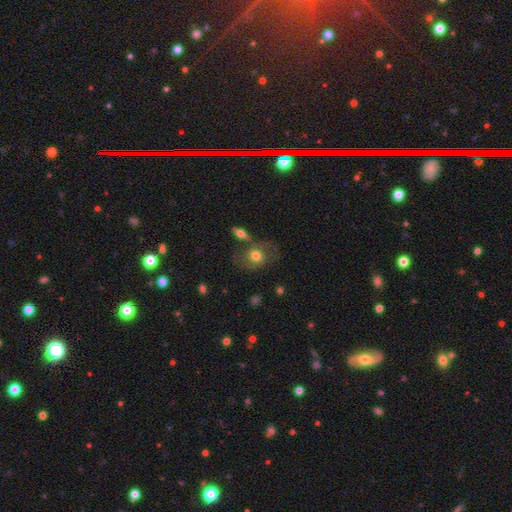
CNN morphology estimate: Q: Smooth or featured?
A: smooth (64%); runner-up: featured or disk (27%)
Q: How rounded?
A: in between (55%); runner-up: round (44%)
Q: Merging?
A: none (55%); runner-up: minor disturbance (19%)